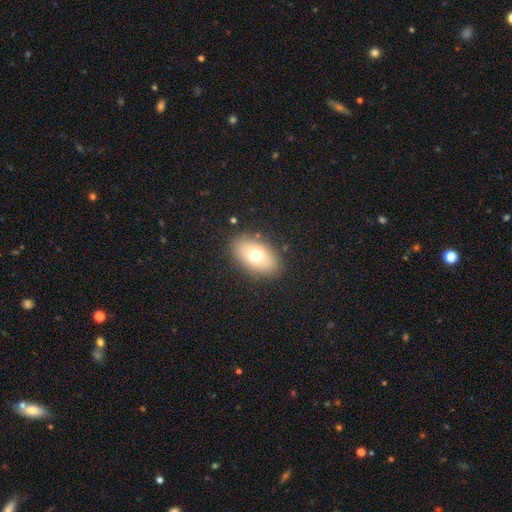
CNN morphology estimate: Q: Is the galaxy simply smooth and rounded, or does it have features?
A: smooth — 68%.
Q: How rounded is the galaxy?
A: in between — 88%.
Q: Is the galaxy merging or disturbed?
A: none — 84%.